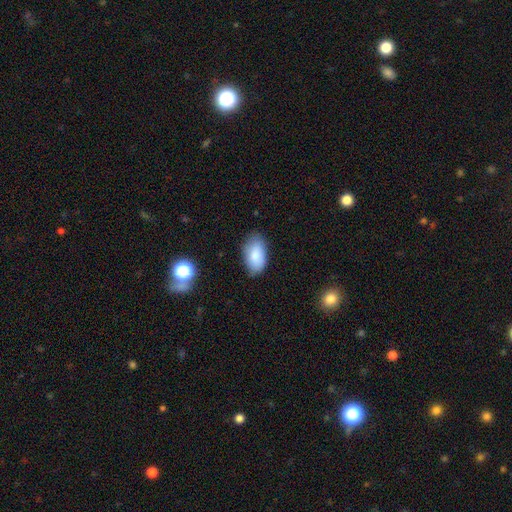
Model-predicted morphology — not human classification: Smooth or featured? Predicted: smooth (p=0.84). How rounded? Predicted: in between (p=0.94). Merging? Predicted: none (p=0.76).